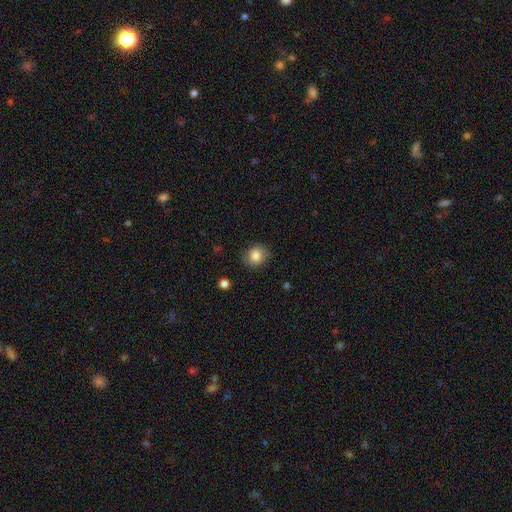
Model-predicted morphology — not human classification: smooth-or-featured: smooth: 83% | star or artifact: 9% | featured or disk: 9%
  how-rounded: round: 76% | in between: 23% | cigar-shaped: 1%
  merging: none: 79% | minor disturbance: 15% | major disturbance: 4% | merger: 1%